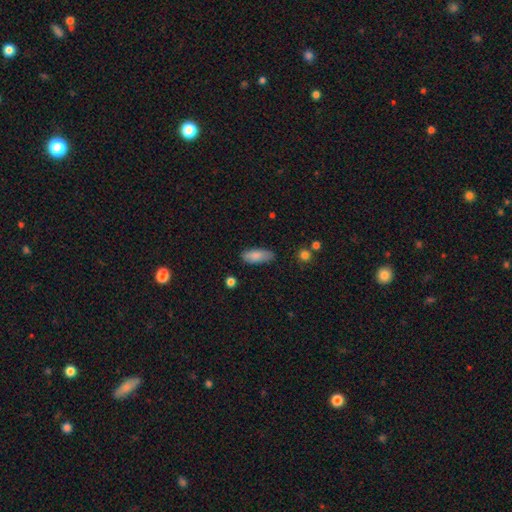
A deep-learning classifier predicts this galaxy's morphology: smooth 86%, featured or disk 8%, star or artifact 7%. Down the decision tree: how rounded — in between (73%); merging — none (77%).